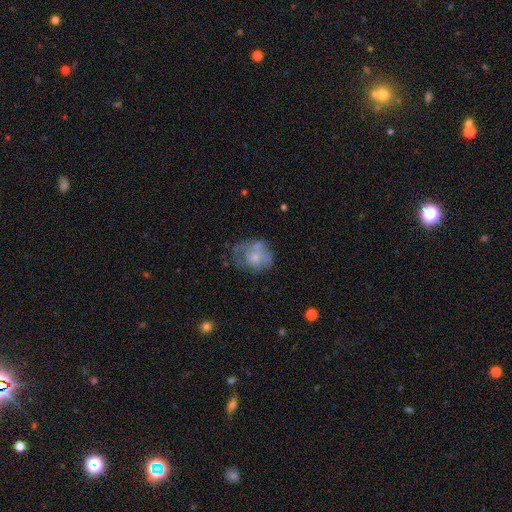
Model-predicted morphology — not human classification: This is possibly a featured or disk galaxy (48%). Merging: marginally none (38%).